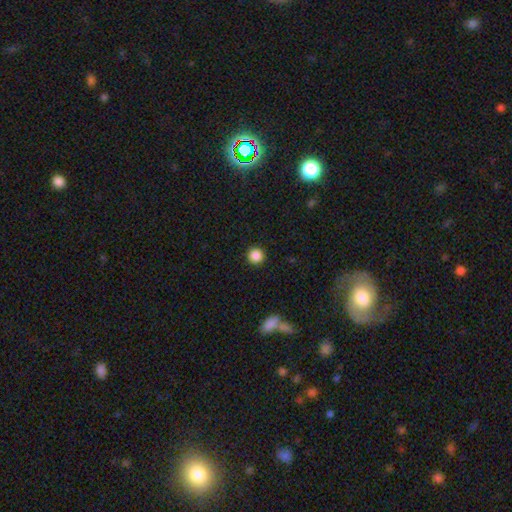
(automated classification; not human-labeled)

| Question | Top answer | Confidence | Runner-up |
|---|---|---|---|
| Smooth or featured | smooth | 87% | star or artifact (10%) |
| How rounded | round | 95% | in between (4%) |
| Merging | none | 93% | minor disturbance (4%) |